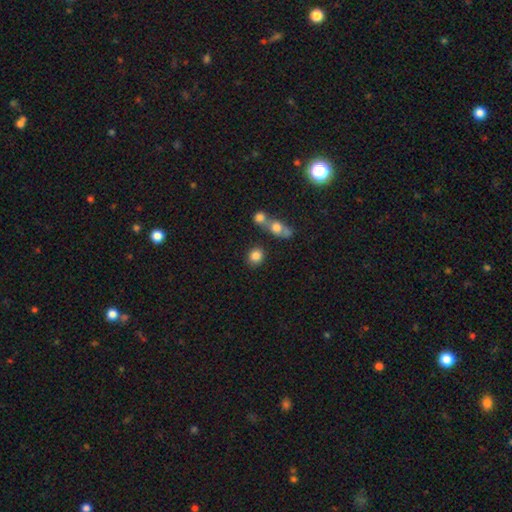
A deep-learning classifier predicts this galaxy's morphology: type=smooth (83%); roundness=round (82%); merging=none (75%).